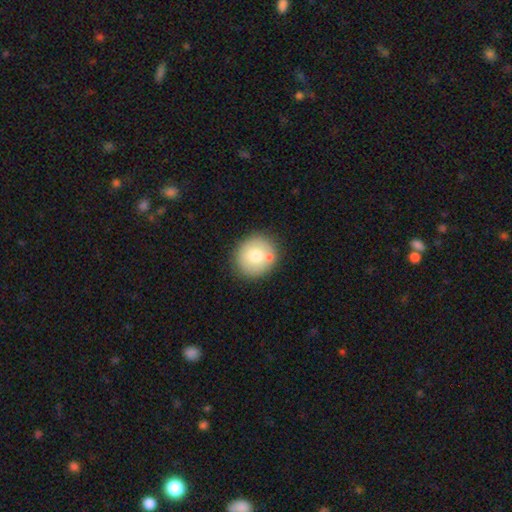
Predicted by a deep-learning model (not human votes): This appears to be a smooth galaxy with no disk features (74%) that is round (90%). Merging: none (79%).